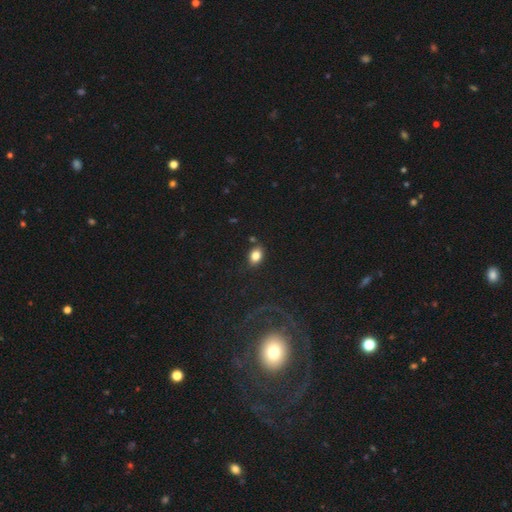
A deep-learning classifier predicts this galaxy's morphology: type=smooth (82%); roundness=in between (76%); merging=none (80%).